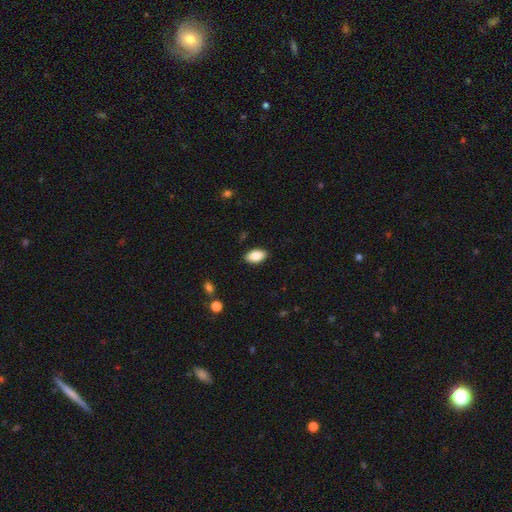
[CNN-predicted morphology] Q: Smooth or featured?
A: smooth (86%); runner-up: star or artifact (7%)
Q: How rounded?
A: in between (93%); runner-up: round (4%)
Q: Merging?
A: none (88%); runner-up: minor disturbance (9%)